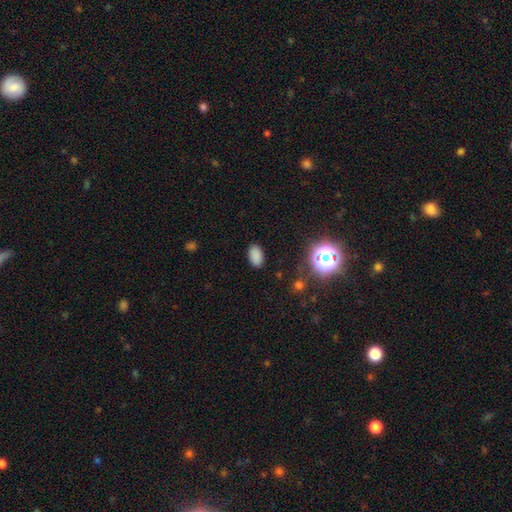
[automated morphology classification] Q: Smooth or featured?
A: smooth (81%); runner-up: star or artifact (15%)
Q: How rounded?
A: in between (91%); runner-up: round (8%)
Q: Merging?
A: none (86%); runner-up: minor disturbance (10%)